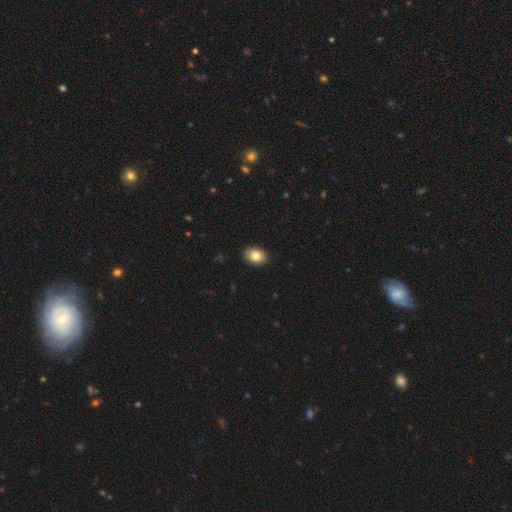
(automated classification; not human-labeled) A smooth galaxy with no disk features (85%) that is in between round and cigar-shaped (79%). Merging: none (90%).